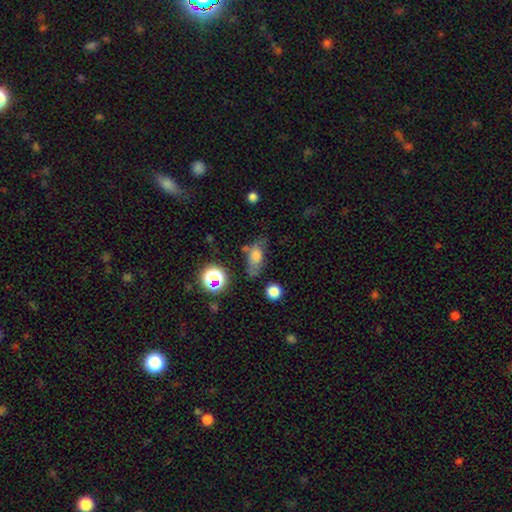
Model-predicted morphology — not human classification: This is likely a smooth galaxy (67%). How rounded: likely in between (77%). Merging: possibly none (48%).